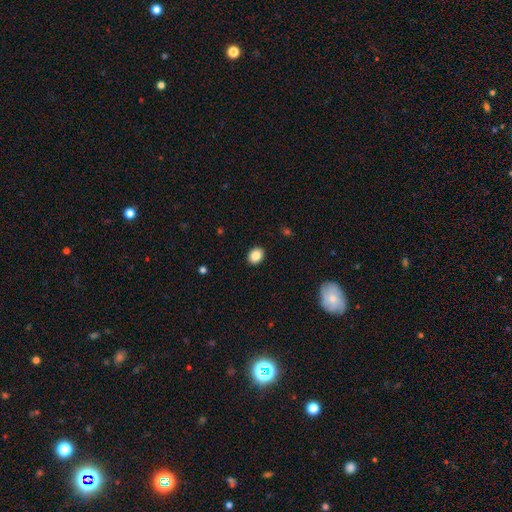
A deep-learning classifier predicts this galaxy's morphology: Smooth or featured: smooth — 86% (star or artifact — 9%)
How rounded: in between — 54% (round — 45%)
Merging: none — 91% (minor disturbance — 7%)